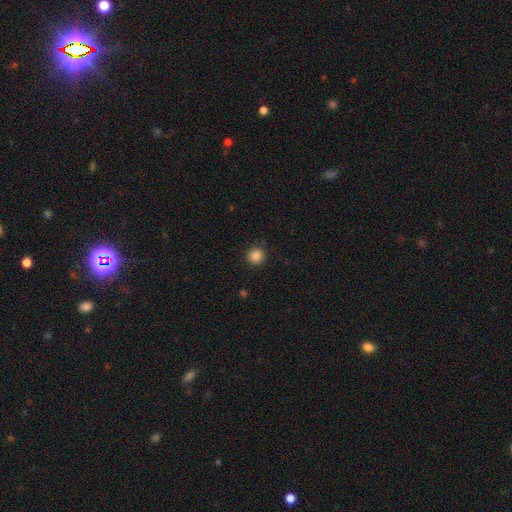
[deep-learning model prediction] Smooth or featured: smooth — 86% (star or artifact — 11%)
How rounded: round — 93% (in between — 6%)
Merging: none — 90% (minor disturbance — 7%)